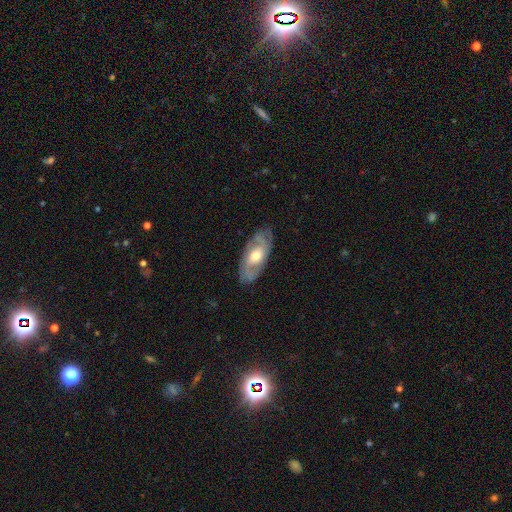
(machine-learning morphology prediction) Smooth or featured?
  - featured or disk: 71% *
  - smooth: 24%
  - star or artifact: 6%
Edge-on disk?
  - no: 87% *
  - yes: 13%
Bar?
  - no: 62% *
  - weak: 30%
  - strong: 8%
Spiral arms?
  - yes: 83% *
  - no: 17%
Spiral winding?
  - tight: 45% *
  - medium: 40%
  - loose: 15%
Spiral arm count?
  - 2: 54% *
  - can't tell: 27%
  - 3: 10%
  - 1: 3%
  - 4: 3%
  - more than 4: 2%
Bulge size?
  - moderate: 72% *
  - small: 17%
  - large: 8%
  - none: 1%
  - dominant: 1%
Merging?
  - none: 80% *
  - minor disturbance: 15%
  - major disturbance: 4%
  - merger: 1%